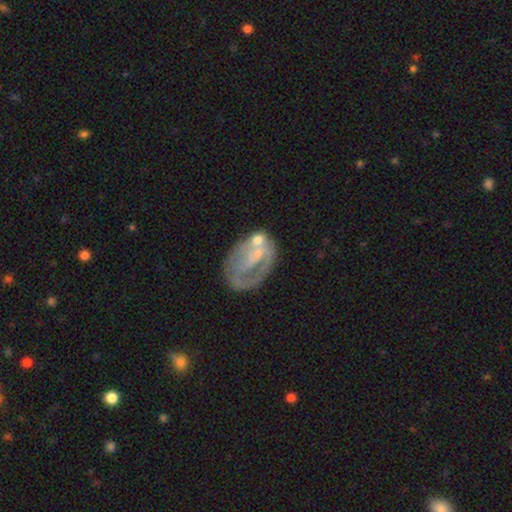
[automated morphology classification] featured or disk 64%, smooth 29%, star or artifact 8%. Down the decision tree: edge-on disk — no (97%); bar — no (60%); spiral arms — yes (54%); bulge size — small (44%); merging — none (39%).